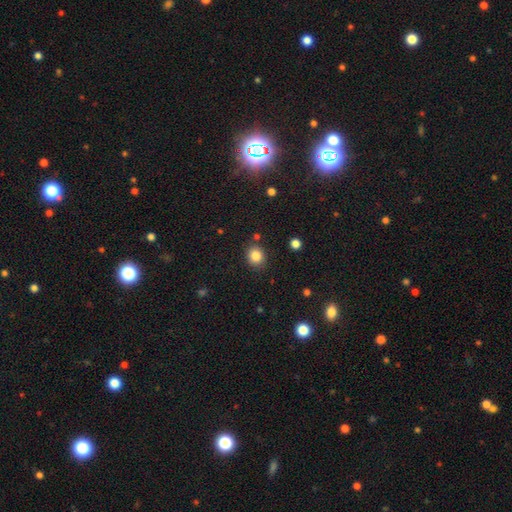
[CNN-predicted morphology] This is clearly a smooth galaxy (84%). How rounded: likely round (71%). Merging: clearly none (85%).